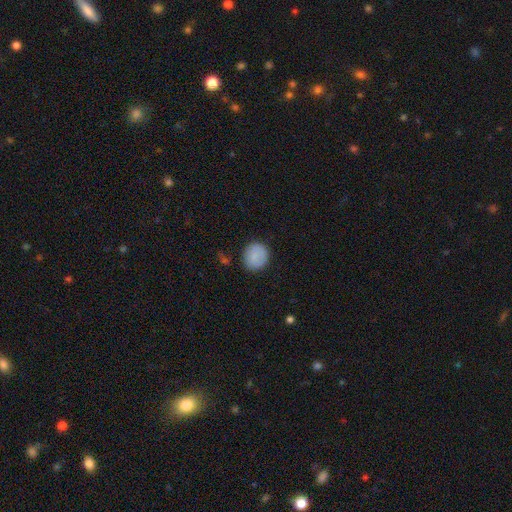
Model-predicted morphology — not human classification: The model was most divided on "how rounded": round: 86%, in between: 13%, cigar-shaped: 1%. More confident: merging — none (86%); smooth or featured — smooth (86%).